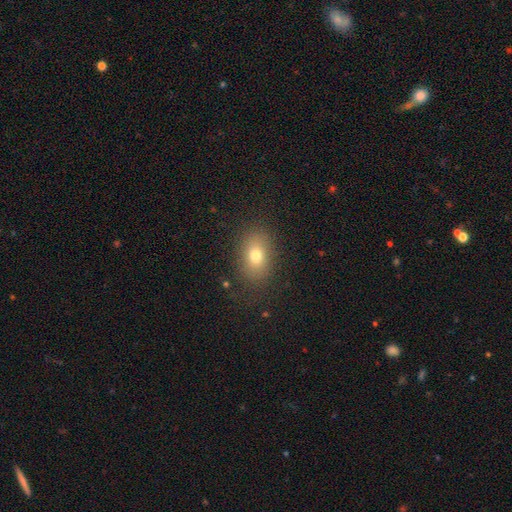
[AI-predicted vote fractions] Q: Smooth or featured?
A: smooth (75%); runner-up: featured or disk (13%)
Q: How rounded?
A: in between (77%); runner-up: round (22%)
Q: Merging?
A: none (84%); runner-up: minor disturbance (11%)